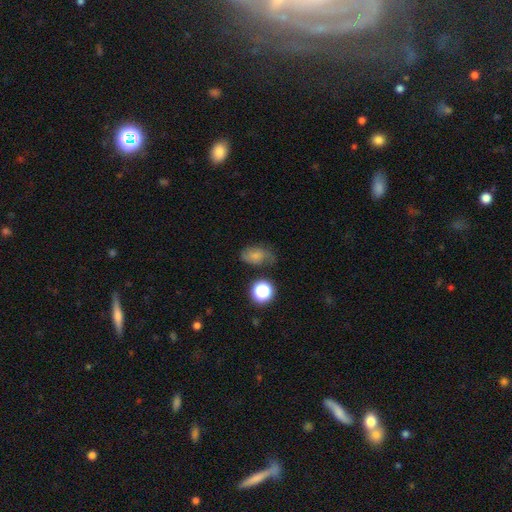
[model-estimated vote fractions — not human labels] Smooth or featured?
  - smooth: 63% *
  - featured or disk: 21%
  - star or artifact: 15%
How rounded?
  - in between: 77% *
  - round: 21%
  - cigar-shaped: 2%
Merging?
  - none: 50% *
  - minor disturbance: 32%
  - major disturbance: 14%
  - merger: 4%